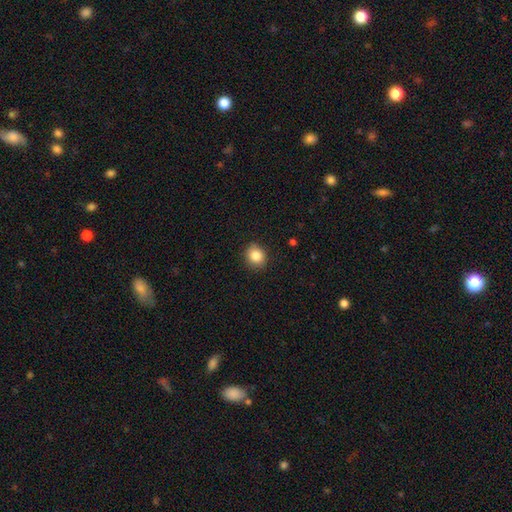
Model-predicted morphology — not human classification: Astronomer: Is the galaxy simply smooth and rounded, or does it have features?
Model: smooth — 85%.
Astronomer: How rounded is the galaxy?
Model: round — 76%.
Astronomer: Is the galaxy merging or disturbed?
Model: none — 87%.